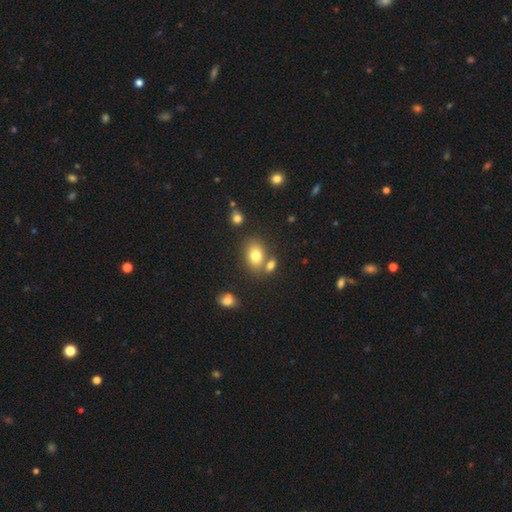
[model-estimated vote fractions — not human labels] Smooth or featured? smooth (78%)
How rounded? in between (75%)
Merging? none (61%)